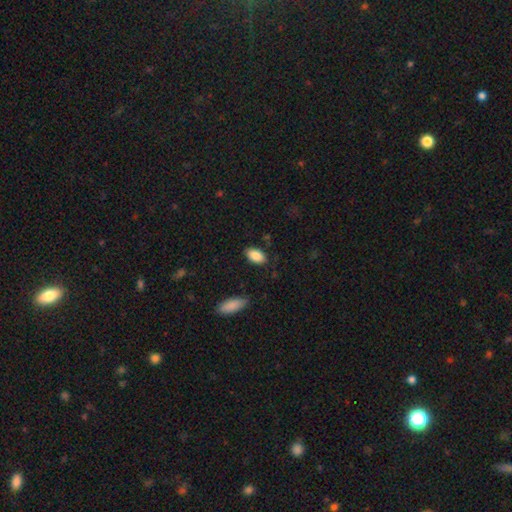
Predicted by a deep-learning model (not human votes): Smooth or featured: smooth — 87% (star or artifact — 7%)
How rounded: in between — 93% (round — 4%)
Merging: none — 84% (minor disturbance — 12%)